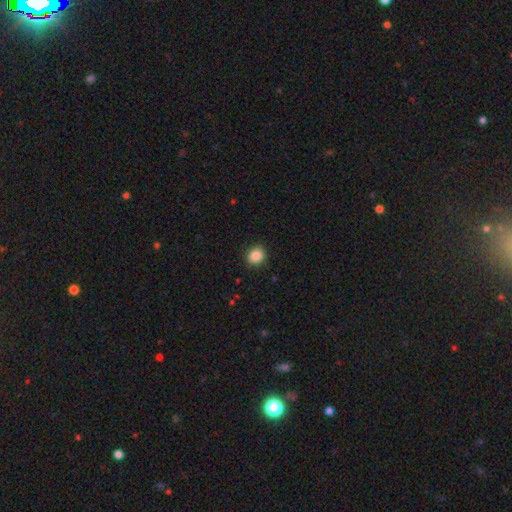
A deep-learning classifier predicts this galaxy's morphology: Overall: smooth (87%). How rounded: round (81%). Merging: none (90%).